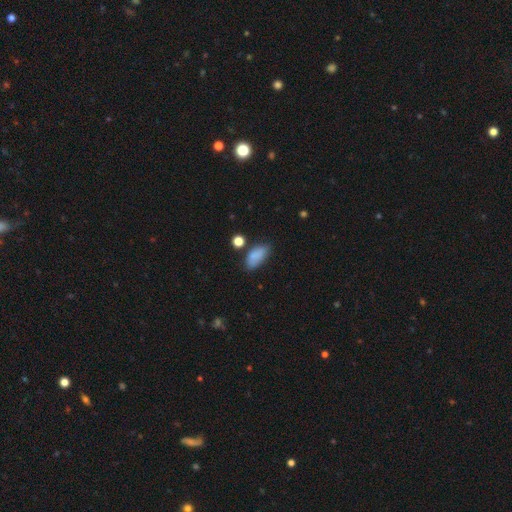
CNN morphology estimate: type=smooth (84%); roundness=in between (87%); merging=none (65%).